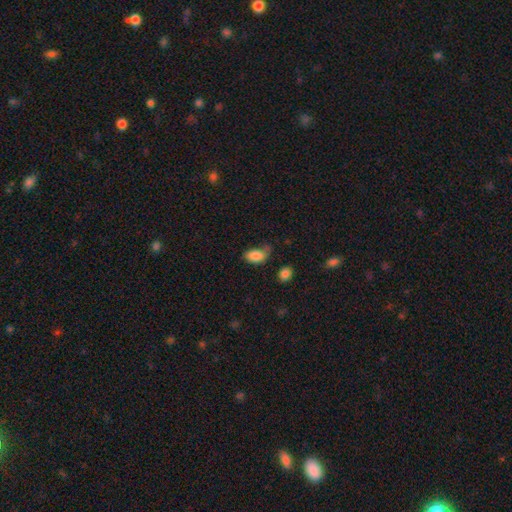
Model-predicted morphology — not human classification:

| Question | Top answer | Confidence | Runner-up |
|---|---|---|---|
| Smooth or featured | smooth | 84% | star or artifact (8%) |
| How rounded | in between | 91% | round (7%) |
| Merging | none | 43% | minor disturbance (37%) |